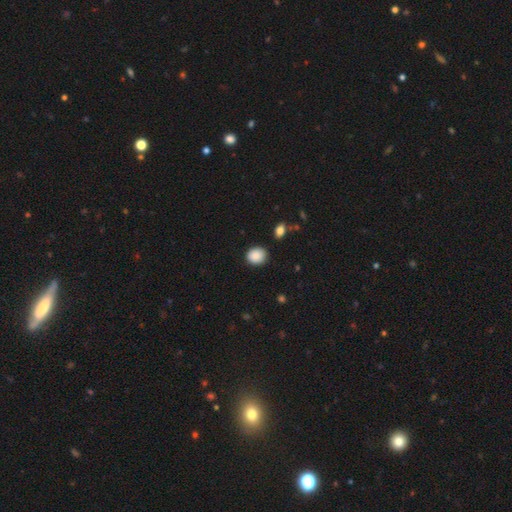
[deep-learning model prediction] Smooth or featured?
  - smooth: 89% *
  - star or artifact: 8%
  - featured or disk: 4%
How rounded?
  - round: 65% *
  - in between: 34%
  - cigar-shaped: 1%
Merging?
  - none: 85% *
  - minor disturbance: 10%
  - major disturbance: 2%
  - merger: 2%